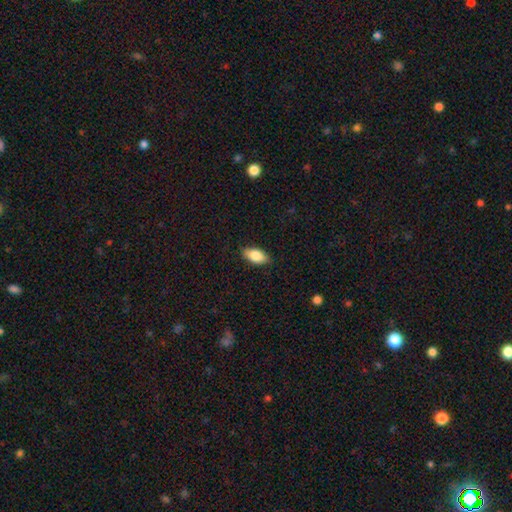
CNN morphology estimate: Smooth or featured? Predicted: smooth (p=0.83). How rounded? Predicted: in between (p=0.90). Merging? Predicted: none (p=0.84).